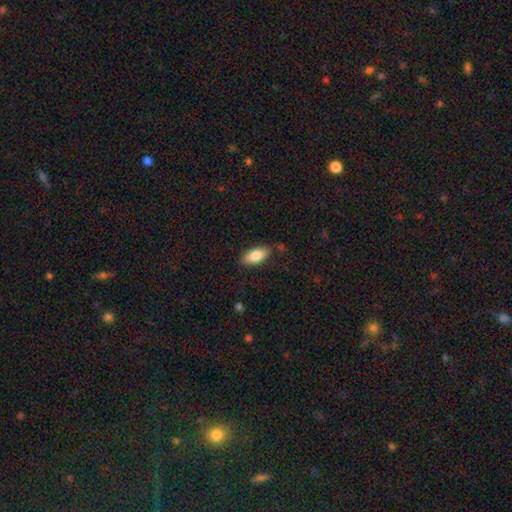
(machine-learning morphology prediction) Smooth or featured? smooth (82%)
How rounded? in between (86%)
Merging? none (79%)